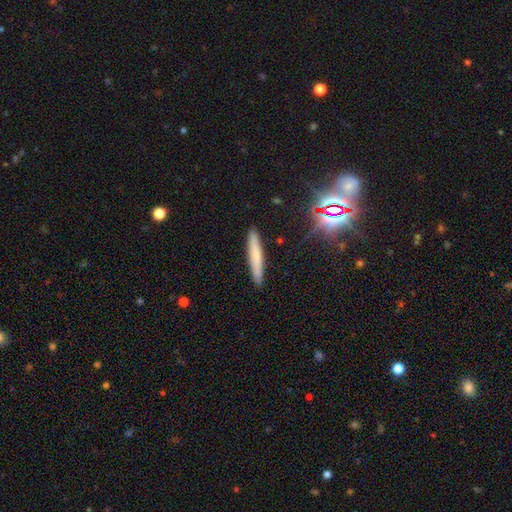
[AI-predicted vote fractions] This is likely a smooth galaxy (66%). How rounded: clearly cigar-shaped (94%). Merging: clearly none (90%).